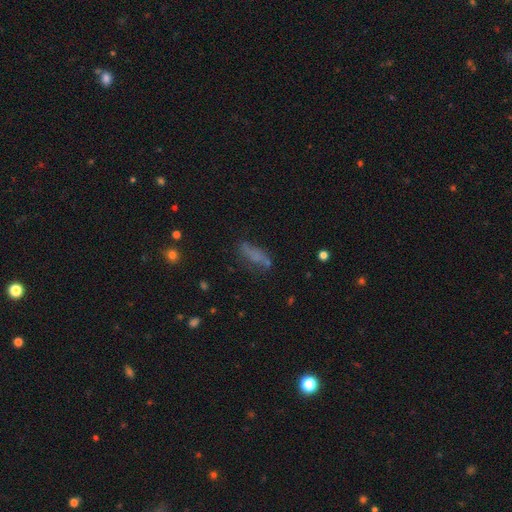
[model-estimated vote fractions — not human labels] Smooth or featured? Predicted: smooth (p=0.58). How rounded? Predicted: in between (p=0.51). Merging? Predicted: none (p=0.52).